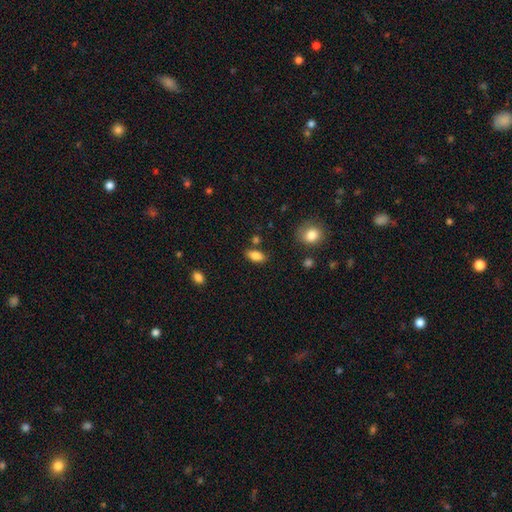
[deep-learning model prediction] Smooth or featured? Predicted: smooth (p=0.85). How rounded? Predicted: in between (p=0.88). Merging? Predicted: none (p=0.78).